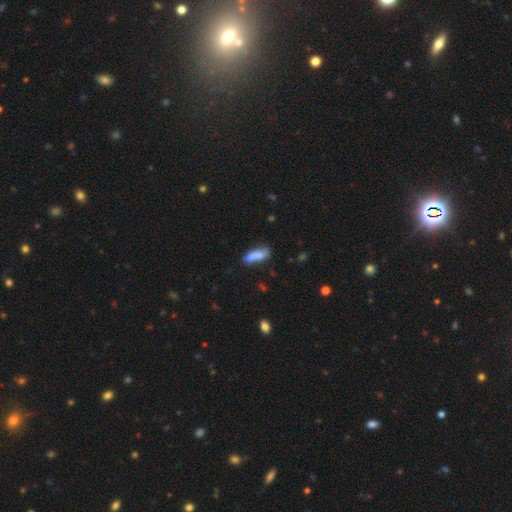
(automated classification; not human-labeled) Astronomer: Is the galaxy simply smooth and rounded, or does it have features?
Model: smooth — 76%.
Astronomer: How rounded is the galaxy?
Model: in between — 56% (runner-up: cigar-shaped, 41%).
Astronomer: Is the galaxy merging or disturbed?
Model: none — 59%.